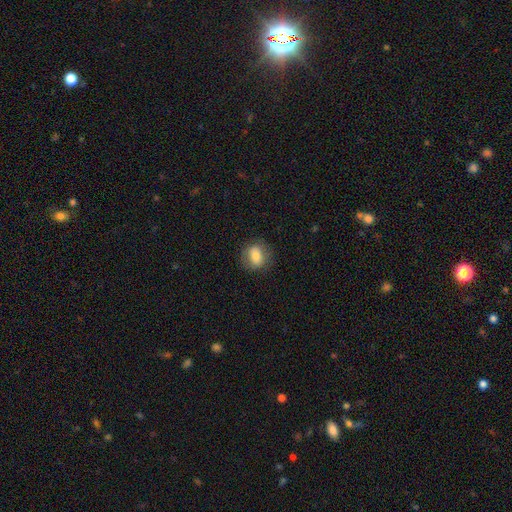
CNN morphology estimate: The model was most divided on "how rounded": round: 54%, in between: 45%, cigar-shaped: 2%. More confident: merging — none (82%); smooth or featured — smooth (73%).